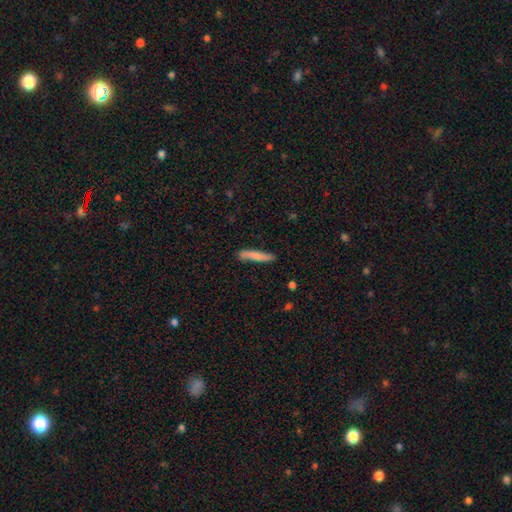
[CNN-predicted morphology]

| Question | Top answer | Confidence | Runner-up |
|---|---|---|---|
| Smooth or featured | smooth | 73% | featured or disk (21%) |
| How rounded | cigar-shaped | 91% | in between (8%) |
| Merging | none | 81% | minor disturbance (14%) |